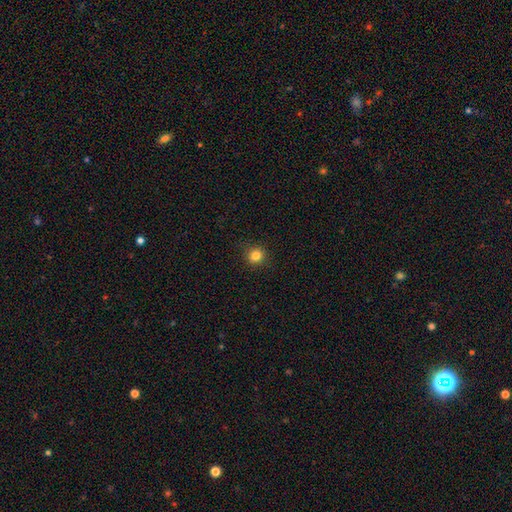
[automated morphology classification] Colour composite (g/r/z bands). It shows a smooth galaxy with no disk features (82%) that is round (92%). Merging: none (91%).